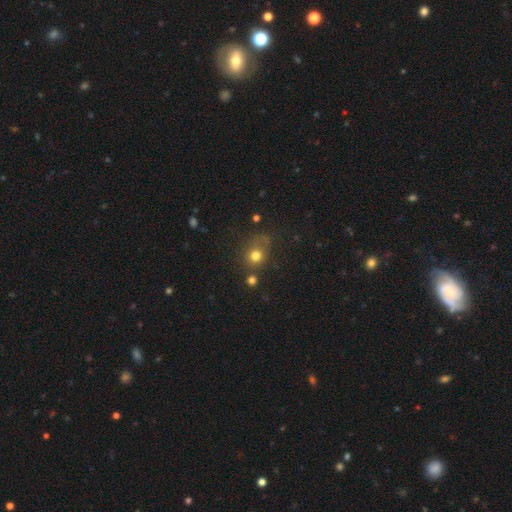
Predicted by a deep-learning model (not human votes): This appears to be a smooth galaxy with no disk features (74%) that is round (76%). Merging: none (56%).